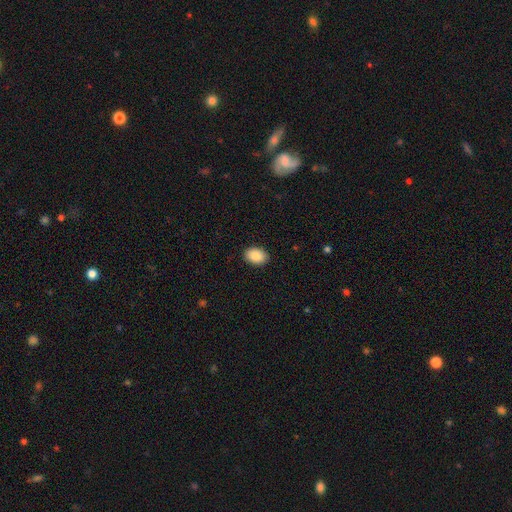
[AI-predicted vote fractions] smooth 90%, star or artifact 7%, featured or disk 3%. Down the decision tree: how rounded — in between (83%); merging — none (90%).